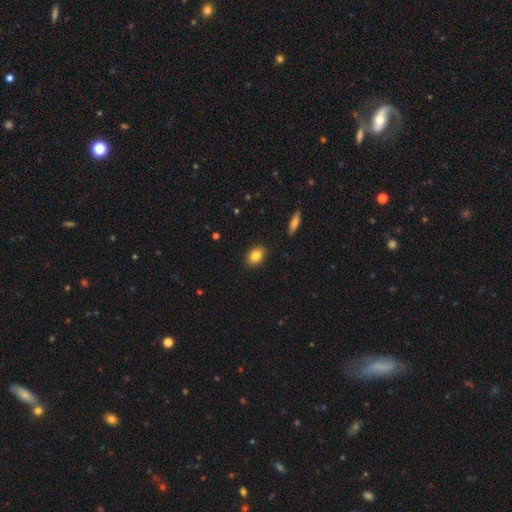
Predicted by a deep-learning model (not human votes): This appears to be a smooth galaxy with no disk features (83%) that is in between round and cigar-shaped (75%). Merging: none (89%).